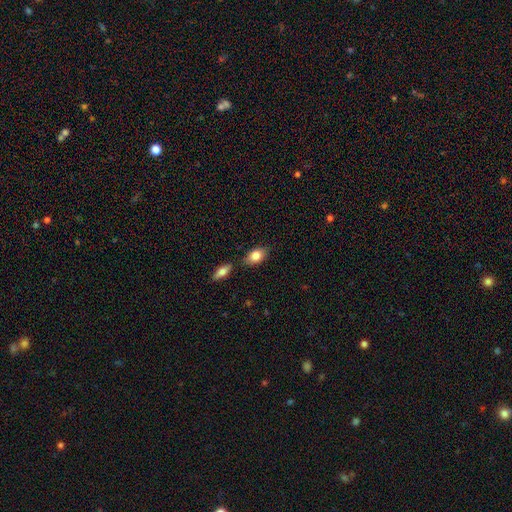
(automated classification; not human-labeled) Smooth or featured? smooth (81%)
How rounded? in between (89%)
Merging? none (73%)